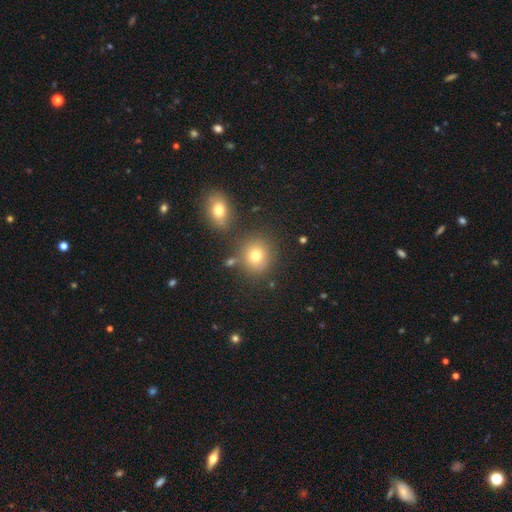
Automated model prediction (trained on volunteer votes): Morphology: type=smooth (75%); roundness=round (82%); merging=none (76%).